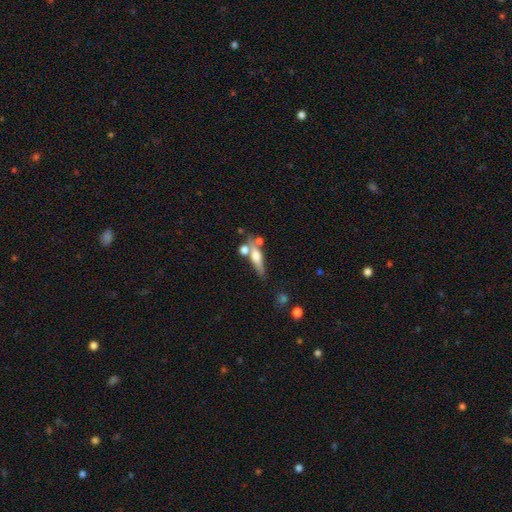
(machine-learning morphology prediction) Smooth or featured: featured or disk — 48% (smooth — 43%)
Merging: none — 53% (merger — 24%)